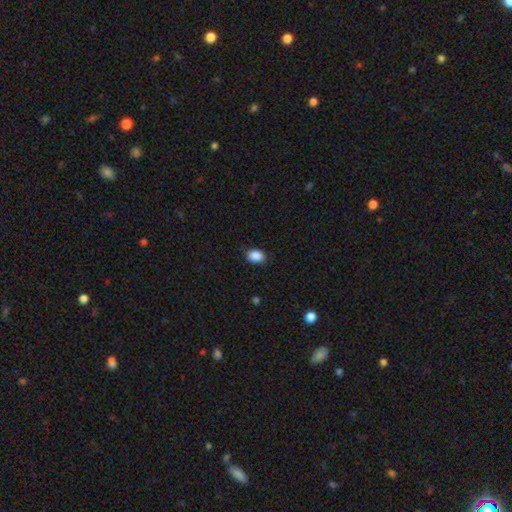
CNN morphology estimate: A smooth galaxy with no disk features (89%) that is in between round and cigar-shaped (72%). Merging: none (85%).